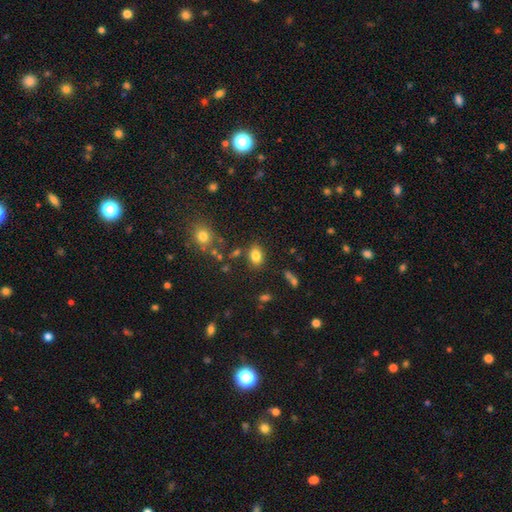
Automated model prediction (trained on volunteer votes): A smooth galaxy with no disk features (82%) that is in between round and cigar-shaped (77%). Merging: none (77%).